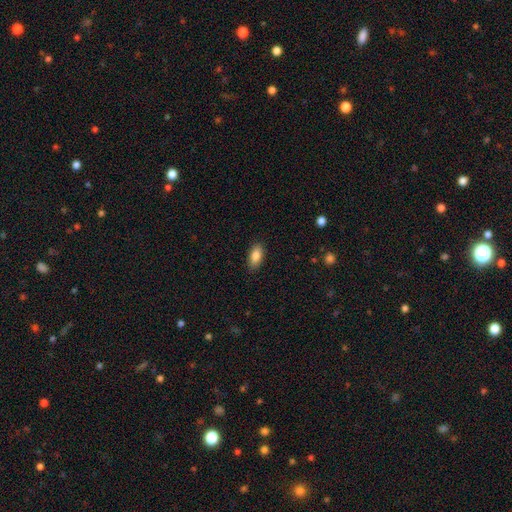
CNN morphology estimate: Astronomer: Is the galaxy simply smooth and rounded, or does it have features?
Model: smooth — 85%.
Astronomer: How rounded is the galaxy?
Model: in between — 88%.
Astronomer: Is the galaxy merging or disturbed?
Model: none — 88%.